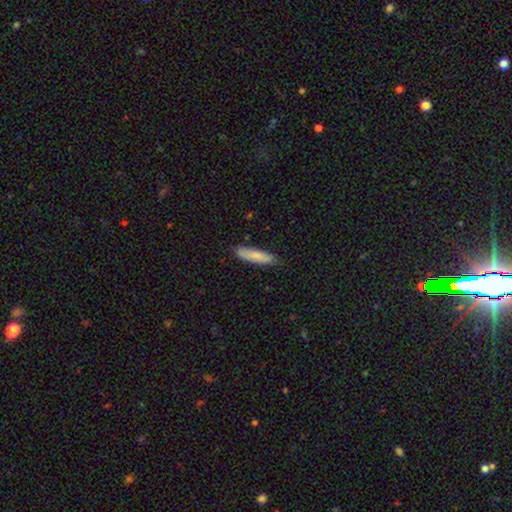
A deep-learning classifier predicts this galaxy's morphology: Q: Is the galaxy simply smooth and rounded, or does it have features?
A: smooth — 82%.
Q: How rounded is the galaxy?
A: cigar-shaped — 73%.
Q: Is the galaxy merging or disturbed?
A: none — 81%.